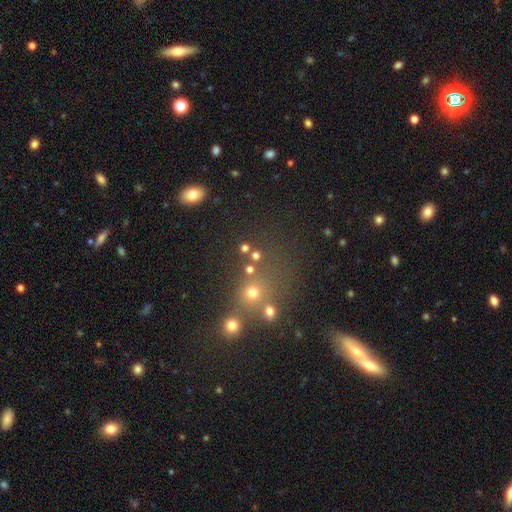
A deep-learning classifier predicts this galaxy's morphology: Smooth or featured? Predicted: smooth (p=0.67). How rounded? Predicted: round (p=0.87). Merging? Predicted: none (p=0.69).